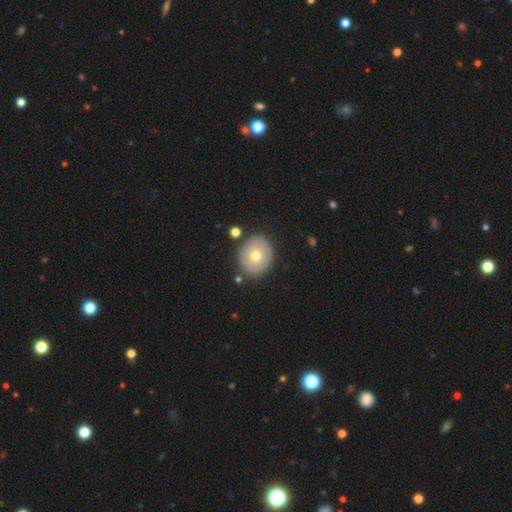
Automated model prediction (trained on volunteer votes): smooth_or_featured: smooth (p=0.66) [alt: featured or disk p=0.25]
how_rounded: round (p=0.70) [alt: in between p=0.29]
merging: none (p=0.83) [alt: minor disturbance p=0.10]